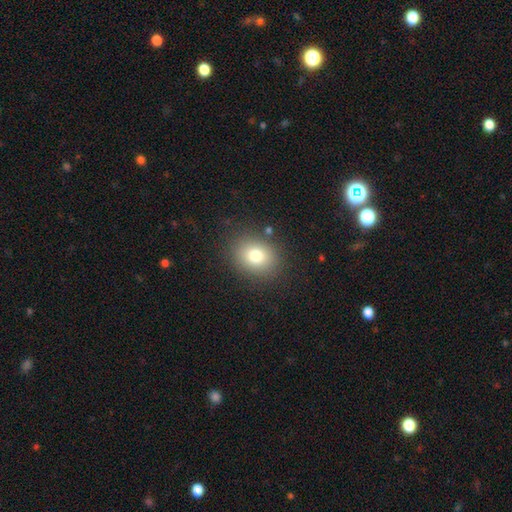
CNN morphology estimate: Smooth or featured? smooth (77%)
How rounded? round (59%)
Merging? none (84%)